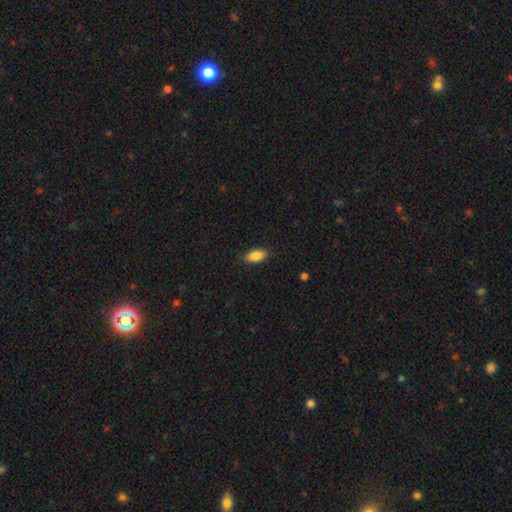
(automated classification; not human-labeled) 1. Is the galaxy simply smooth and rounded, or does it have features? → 87% smooth, 7% star or artifact, 6% featured or disk.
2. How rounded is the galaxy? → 90% in between, 7% cigar-shaped, 3% round.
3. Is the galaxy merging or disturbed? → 83% none, 13% minor disturbance, 3% major disturbance, 1% merger.